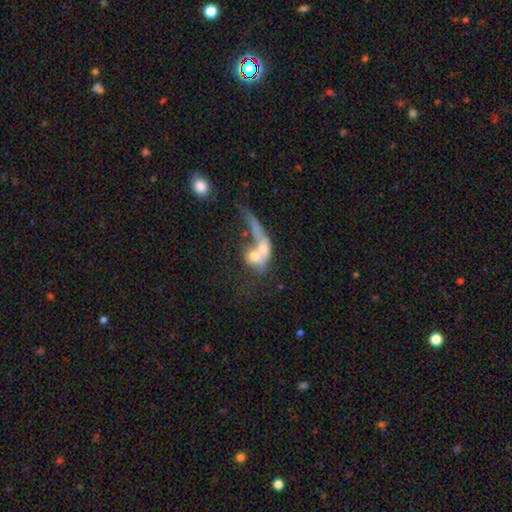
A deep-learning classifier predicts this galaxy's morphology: Smooth or featured: smooth — 51% (featured or disk — 39%)
How rounded: in between — 50% (round — 38%)
Merging: merger — 66% (major disturbance — 19%)